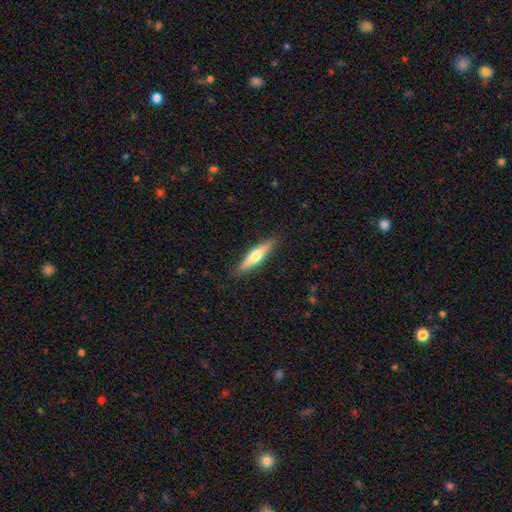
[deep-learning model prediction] Overall: smooth (49%; featured or disk 46%). Merging: none (89%).